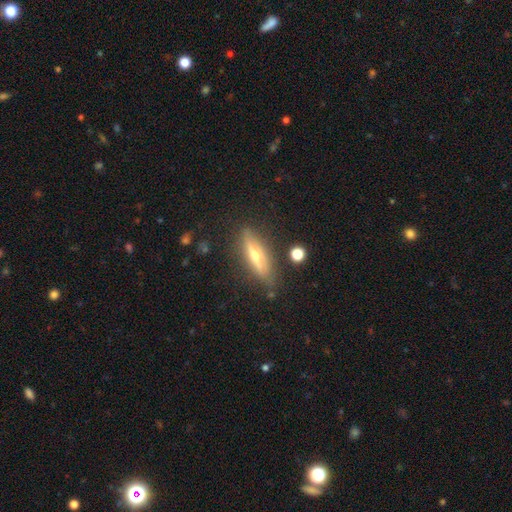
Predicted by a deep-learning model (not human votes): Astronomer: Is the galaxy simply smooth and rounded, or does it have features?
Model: featured or disk — 65%.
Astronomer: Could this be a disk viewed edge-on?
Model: yes — 91%.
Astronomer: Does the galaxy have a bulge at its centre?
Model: rounded — 90%.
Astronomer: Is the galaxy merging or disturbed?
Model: none — 83%.